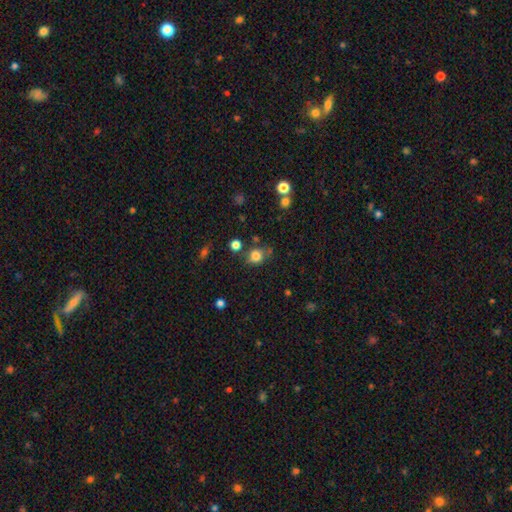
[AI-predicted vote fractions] This is clearly a smooth galaxy (81%). How rounded: likely round (77%). Merging: likely none (71%).